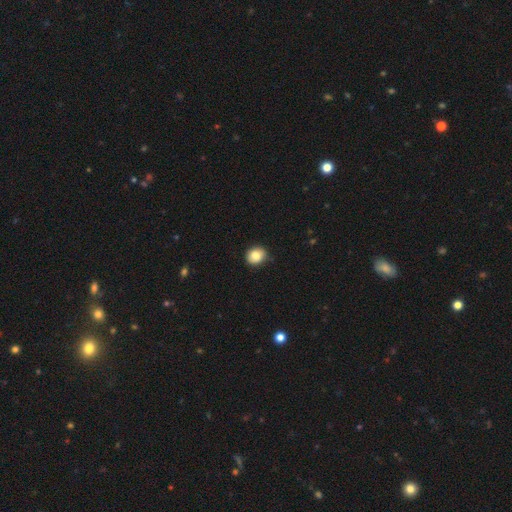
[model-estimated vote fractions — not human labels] A smooth galaxy with no disk features (85%) that is round (72%). Merging: none (81%).